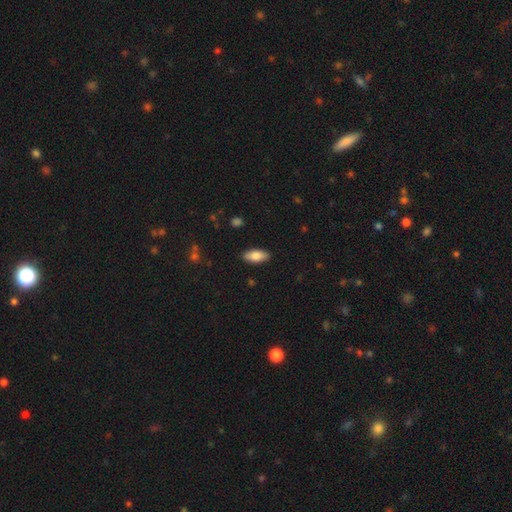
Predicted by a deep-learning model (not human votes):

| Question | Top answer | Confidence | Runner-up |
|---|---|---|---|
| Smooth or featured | smooth | 80% | featured or disk (14%) |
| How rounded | in between | 85% | cigar-shaped (13%) |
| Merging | none | 89% | minor disturbance (8%) |